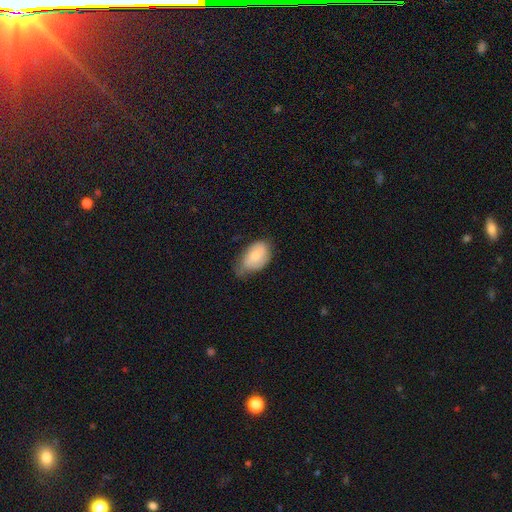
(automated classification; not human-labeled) smooth_or_featured: smooth (p=0.75) [alt: featured or disk p=0.18]
how_rounded: in between (p=0.91) [alt: round p=0.07]
merging: minor disturbance (p=0.45) [alt: none p=0.42]